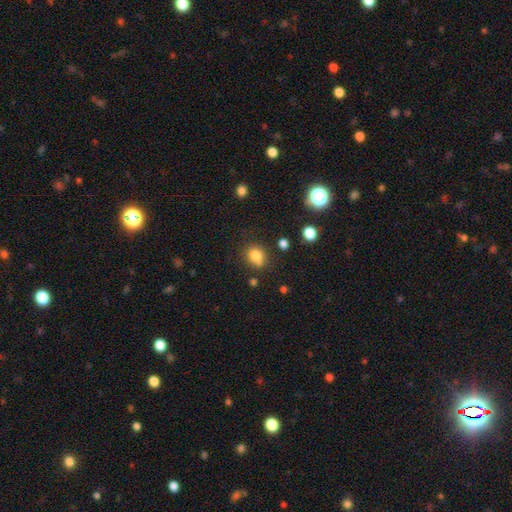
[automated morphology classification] Smooth or featured: smooth — 79% (star or artifact — 13%)
How rounded: round — 71% (in between — 28%)
Merging: none — 61% (minor disturbance — 18%)